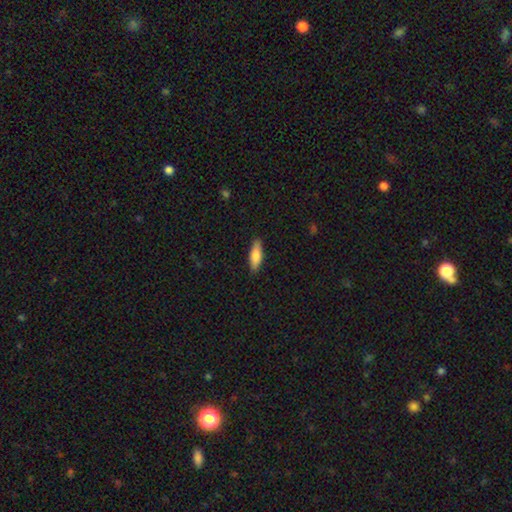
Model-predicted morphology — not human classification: Overall: smooth (78%). How rounded: cigar-shaped (50%; in between 48%). Merging: none (88%).